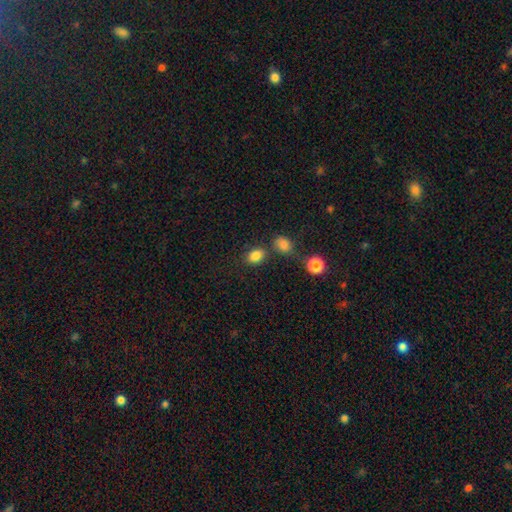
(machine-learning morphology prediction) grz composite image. It shows a smooth galaxy with no disk features (83%) that is in between round and cigar-shaped (64%). Merging: none (69%).